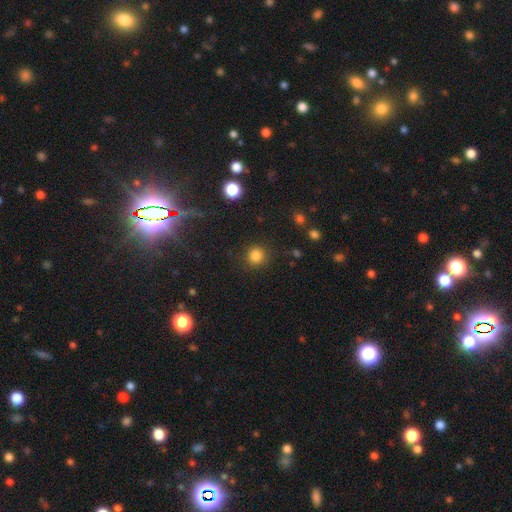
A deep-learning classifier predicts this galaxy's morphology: Q: Smooth or featured?
A: smooth (82%); runner-up: star or artifact (13%)
Q: How rounded?
A: round (91%); runner-up: in between (8%)
Q: Merging?
A: none (85%); runner-up: minor disturbance (9%)